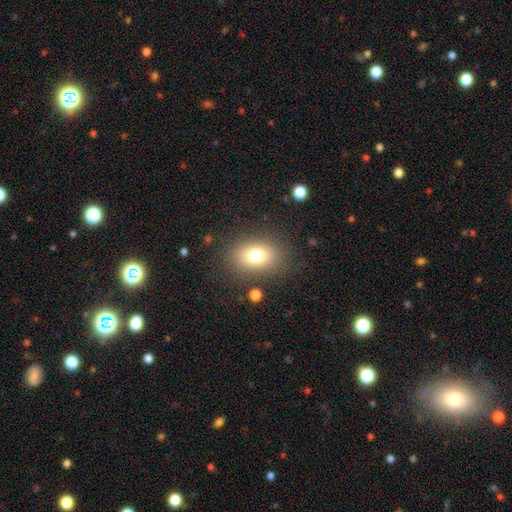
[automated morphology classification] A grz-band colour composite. It shows a smooth galaxy with no disk features (77%) that is in between round and cigar-shaped (74%). Merging: none (83%).